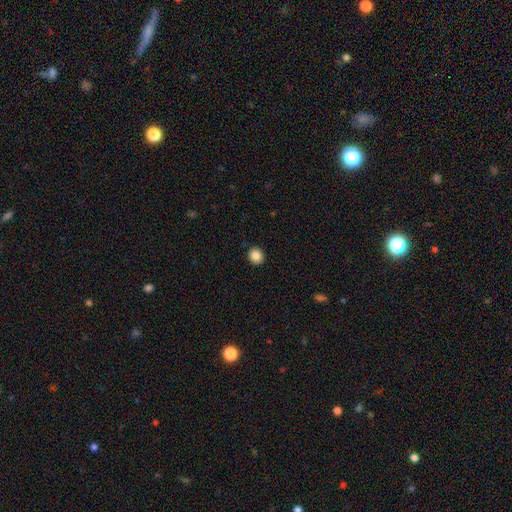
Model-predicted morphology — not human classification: Smooth or featured?
  - smooth: 86% *
  - star or artifact: 9%
  - featured or disk: 5%
How rounded?
  - round: 79% *
  - in between: 20%
  - cigar-shaped: 1%
Merging?
  - none: 91% *
  - minor disturbance: 6%
  - major disturbance: 2%
  - merger: 1%